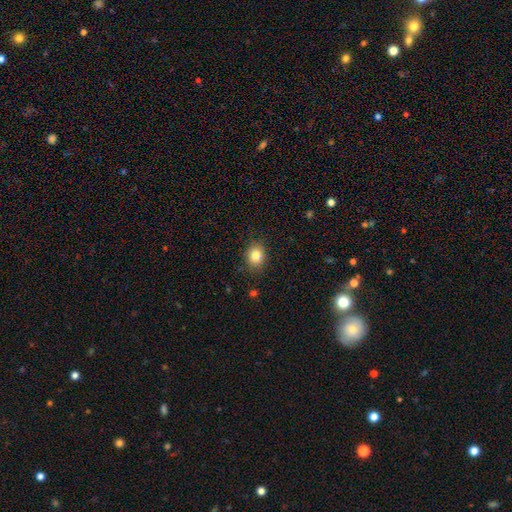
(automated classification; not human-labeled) The model was most divided on "how rounded": round: 60%, in between: 39%, cigar-shaped: 1%. More confident: merging — none (85%); smooth or featured — smooth (83%).